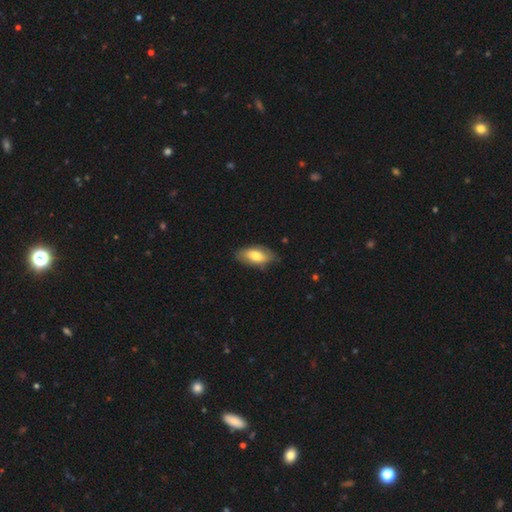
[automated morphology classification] A smooth galaxy with no disk features (71%) that is in between round and cigar-shaped (90%). Merging: none (78%).